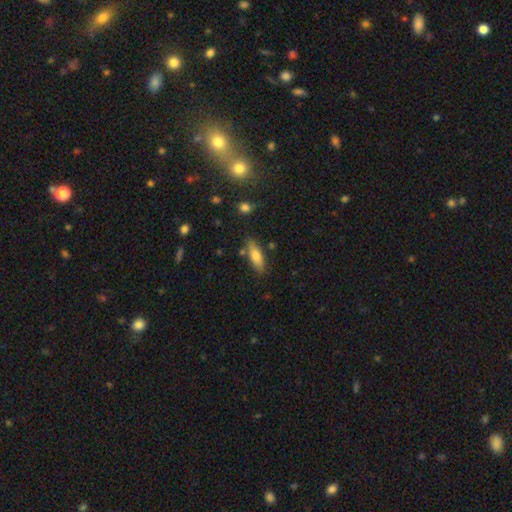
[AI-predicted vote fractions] This is likely a smooth galaxy (79%). How rounded: likely in between (61%). Merging: likely none (77%).